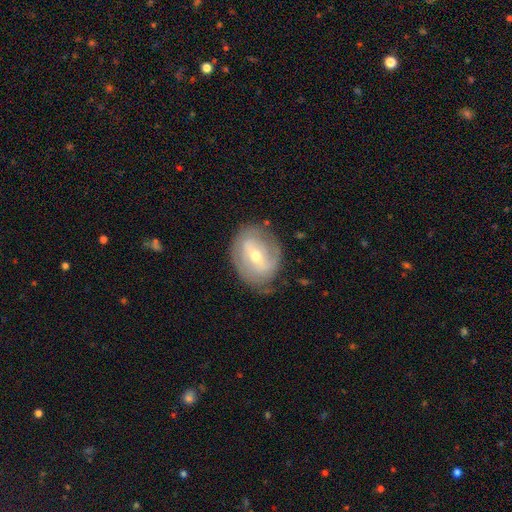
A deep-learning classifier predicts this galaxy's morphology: Smooth or featured? featured or disk (72%)
Edge-on disk? no (95%)
Bar? weak (43%)
Spiral arms? yes (74%)
Spiral winding? tight (49%)
Spiral arm count? 2 (59%)
Bulge size? moderate (56%)
Merging? none (71%)